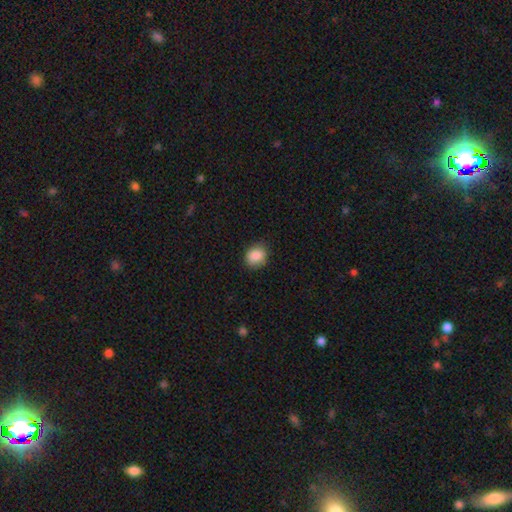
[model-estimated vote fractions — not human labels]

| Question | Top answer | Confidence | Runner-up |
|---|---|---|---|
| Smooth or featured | smooth | 87% | star or artifact (8%) |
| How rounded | round | 63% | in between (36%) |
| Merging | none | 83% | minor disturbance (14%) |